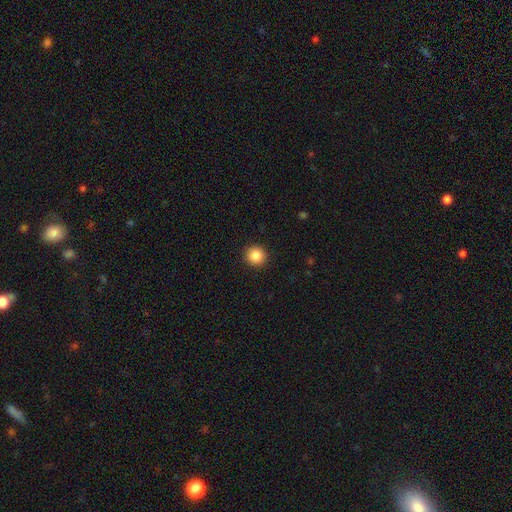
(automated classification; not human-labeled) A smooth galaxy with no disk features (86%) that is round (92%).

Vote fractions:
- Smooth or featured? smooth: 86% / star or artifact: 9% / featured or disk: 4%
- How rounded? round: 92% / in between: 7% / cigar-shaped: 1%
- Merging? none: 92% / minor disturbance: 5% / major disturbance: 2% / merger: 1%